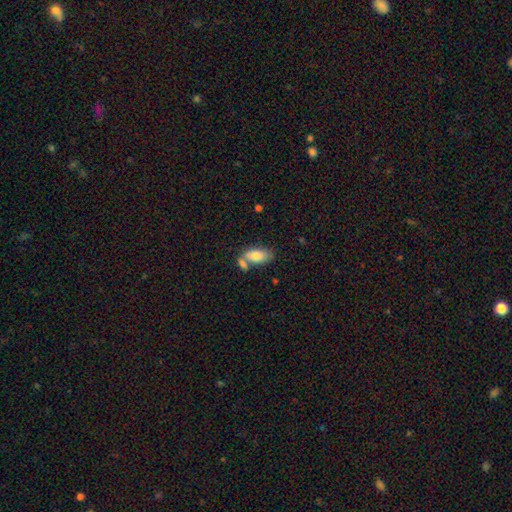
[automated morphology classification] Smooth or featured? Predicted: smooth (p=0.78). How rounded? Predicted: in between (p=0.91). Merging? Predicted: none (p=0.46).